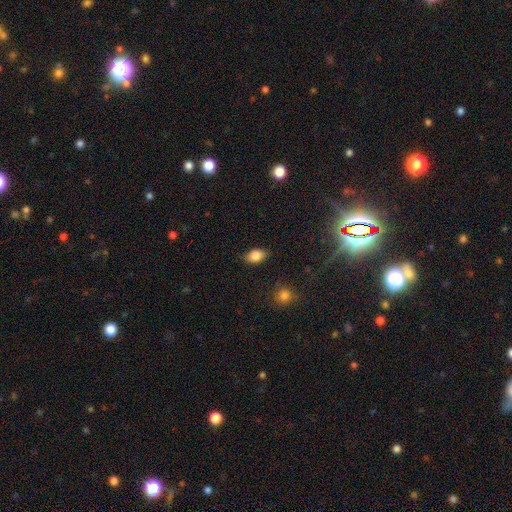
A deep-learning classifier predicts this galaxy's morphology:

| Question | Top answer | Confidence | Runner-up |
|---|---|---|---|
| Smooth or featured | smooth | 84% | star or artifact (9%) |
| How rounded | in between | 84% | round (14%) |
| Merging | none | 82% | minor disturbance (14%) |